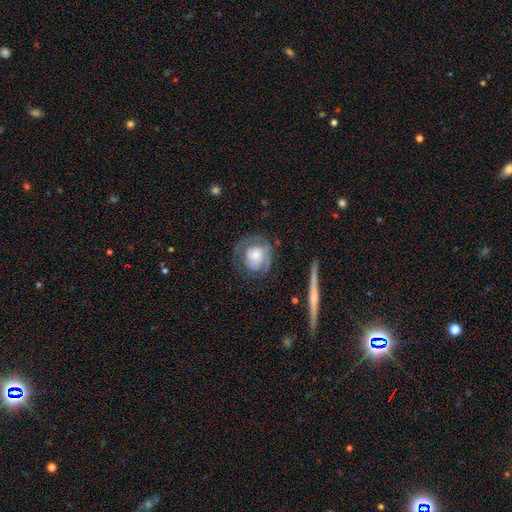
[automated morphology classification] smooth_or_featured: featured or disk (p=0.56) [alt: smooth p=0.37]
disk_edge_on: no (p=0.95) [alt: yes p=0.05]
bar: no (p=0.81) [alt: weak p=0.15]
has_spiral_arms: yes (p=0.68) [alt: no p=0.32]
bulge_size: small (p=0.47) [alt: moderate p=0.32]
merging: none (p=0.56) [alt: minor disturbance p=0.21]